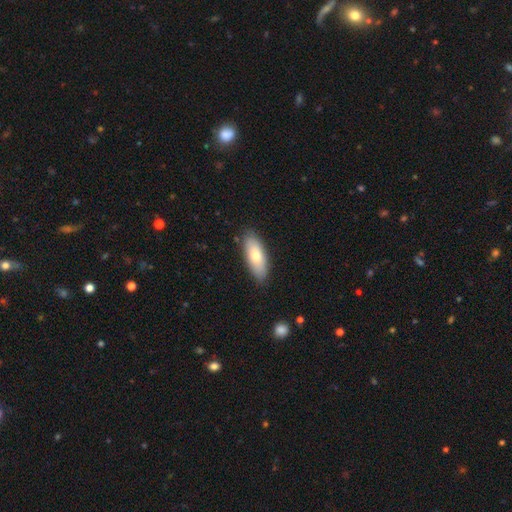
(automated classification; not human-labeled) A smooth galaxy with no disk features (73%) that is in between round and cigar-shaped (76%). Merging: none (85%).